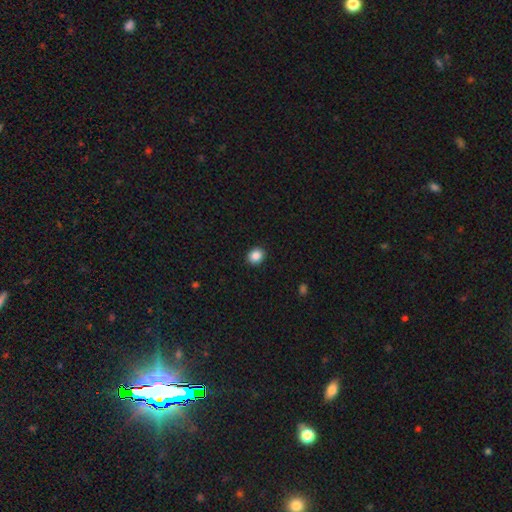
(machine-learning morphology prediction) The model was most divided on "how rounded": round: 66%, in between: 33%, cigar-shaped: 1%. More confident: merging — none (92%); smooth or featured — smooth (87%).